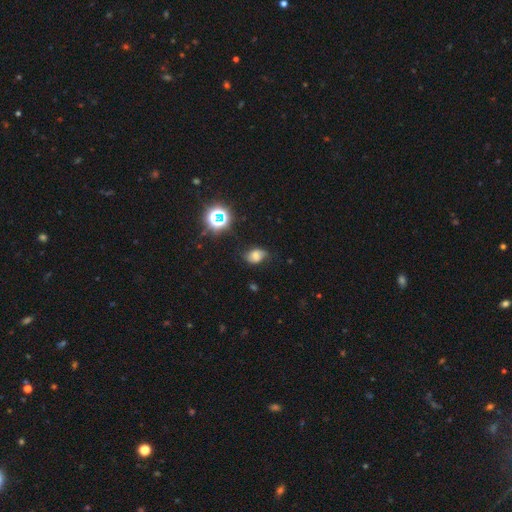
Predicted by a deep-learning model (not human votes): smooth-or-featured: smooth: 52% | featured or disk: 29% | star or artifact: 18%
  how-rounded: in between: 72% | round: 26% | cigar-shaped: 1%
  merging: none: 63% | minor disturbance: 27% | major disturbance: 8% | merger: 2%